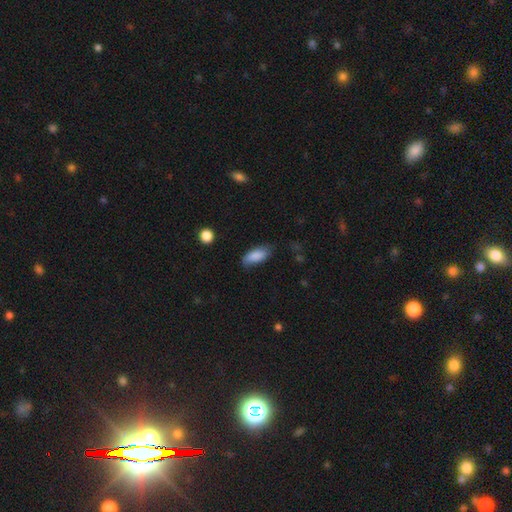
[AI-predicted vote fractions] This is clearly a smooth galaxy (86%). How rounded: clearly in between (84%). Merging: likely none (70%).